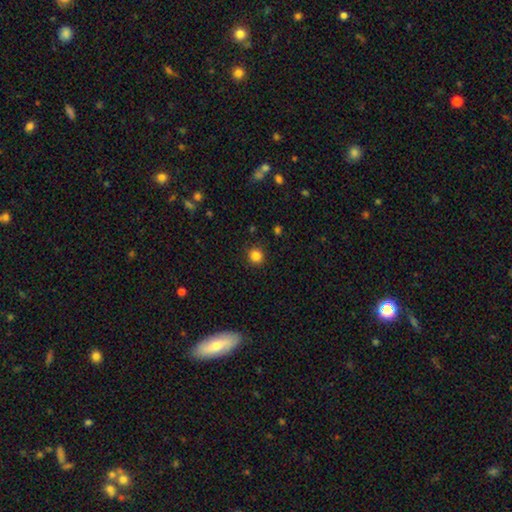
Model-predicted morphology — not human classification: Q: Smooth or featured?
A: smooth (84%); runner-up: star or artifact (12%)
Q: How rounded?
A: round (90%); runner-up: in between (9%)
Q: Merging?
A: none (89%); runner-up: minor disturbance (8%)